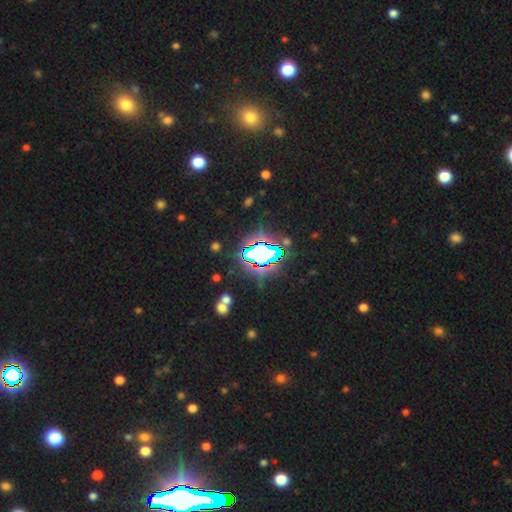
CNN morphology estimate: A star or artifact, not a galaxy (66%).